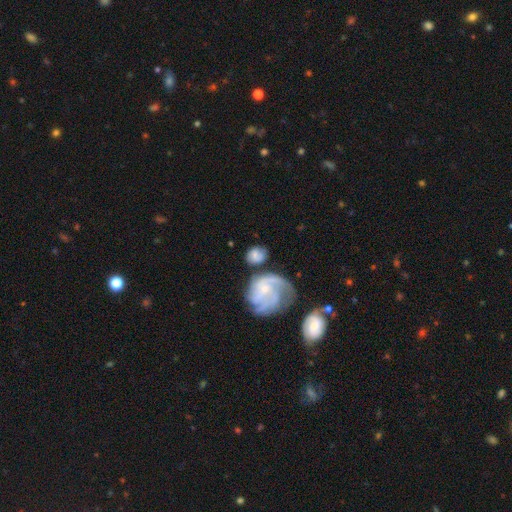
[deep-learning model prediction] A featured or disk galaxy (48%). Merging: none (51%).